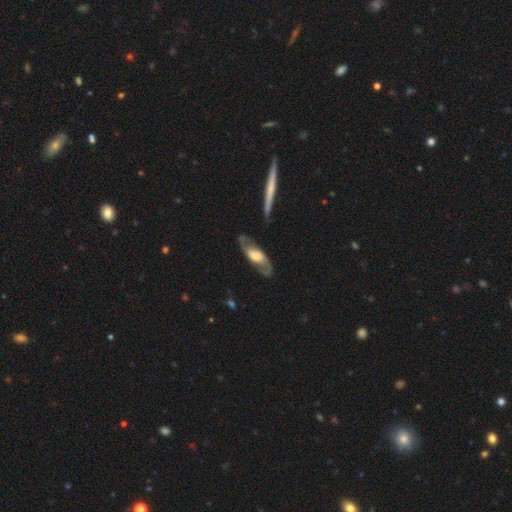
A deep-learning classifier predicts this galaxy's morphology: The model was most divided on "bar": no: 45%, weak: 37%, strong: 18%. More confident: spiral arms — yes (84%); edge-on disk — no (82%); merging — none (71%); smooth or featured — featured or disk (71%); bulge size — large (50%).